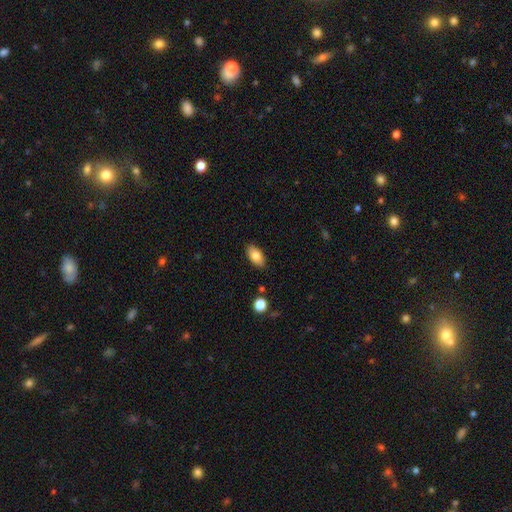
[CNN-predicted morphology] This is clearly a smooth galaxy (81%). How rounded: clearly in between (91%). Merging: clearly none (87%).